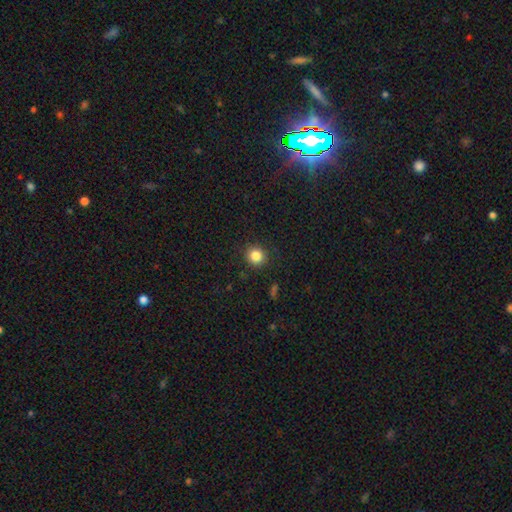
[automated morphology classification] Smooth or featured?
  - smooth: 84% *
  - star or artifact: 11%
  - featured or disk: 5%
How rounded?
  - round: 90% *
  - in between: 9%
  - cigar-shaped: 1%
Merging?
  - none: 90% *
  - minor disturbance: 7%
  - major disturbance: 2%
  - merger: 1%